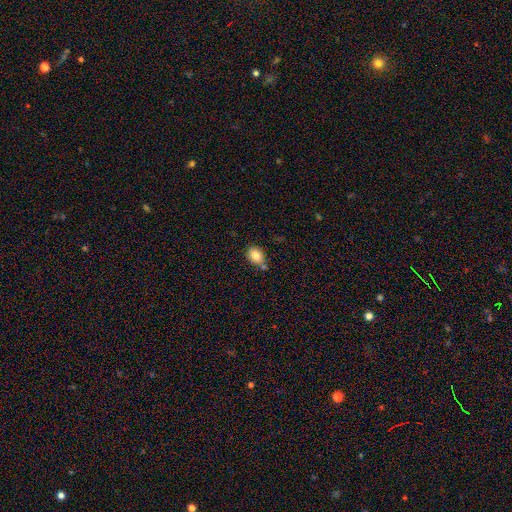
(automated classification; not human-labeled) This appears to be a smooth galaxy with no disk features (83%) that is in between round and cigar-shaped (66%). Merging: none (62%).